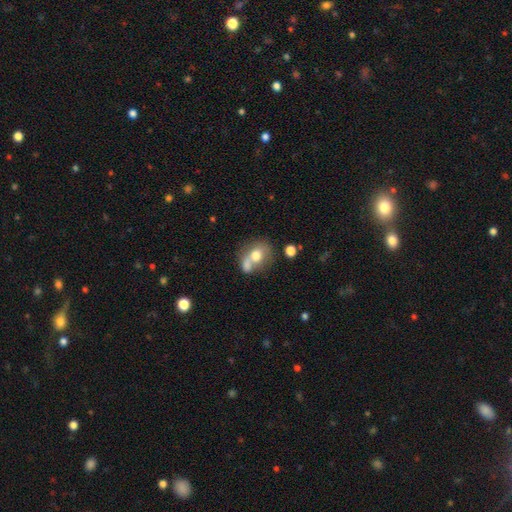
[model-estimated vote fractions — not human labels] Q: Smooth or featured?
A: smooth (68%); runner-up: featured or disk (22%)
Q: How rounded?
A: round (52%); runner-up: in between (46%)
Q: Merging?
A: merger (50%); runner-up: none (29%)